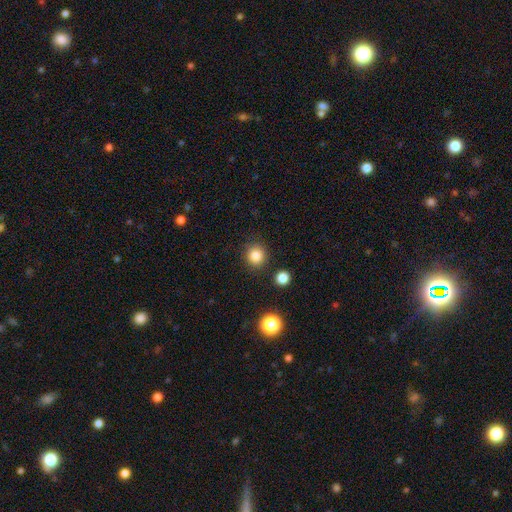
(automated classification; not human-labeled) This appears to be a smooth galaxy with no disk features (84%) that is round (91%). Merging: none (88%).